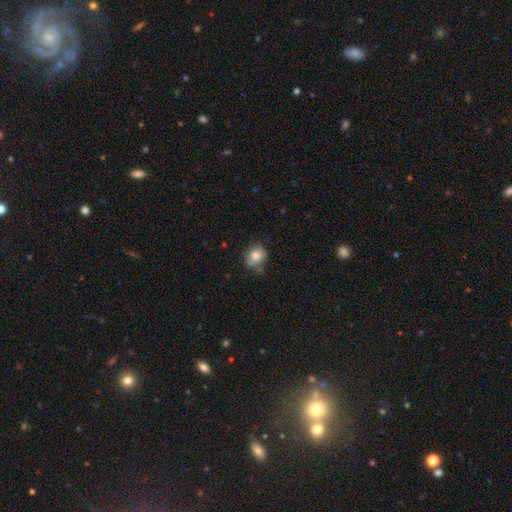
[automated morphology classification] This appears to be a smooth galaxy with no disk features (80%) that is round (65%). Merging: none (62%).